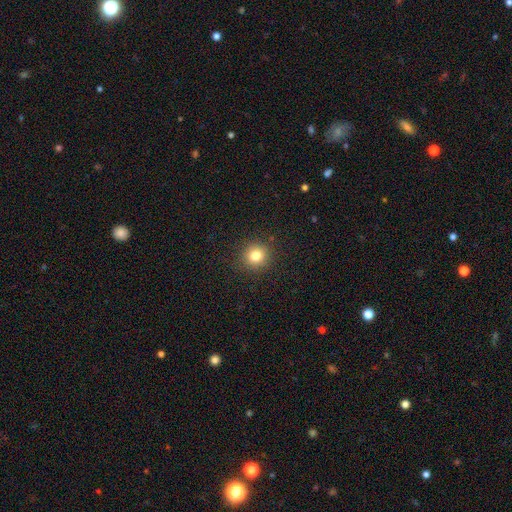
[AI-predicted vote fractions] A smooth galaxy with no disk features (81%) that is round (91%).

Vote fractions:
- Smooth or featured? smooth: 81% / star or artifact: 12% / featured or disk: 6%
- How rounded? round: 91% / in between: 8% / cigar-shaped: 1%
- Merging? none: 91% / minor disturbance: 6% / major disturbance: 2% / merger: 1%